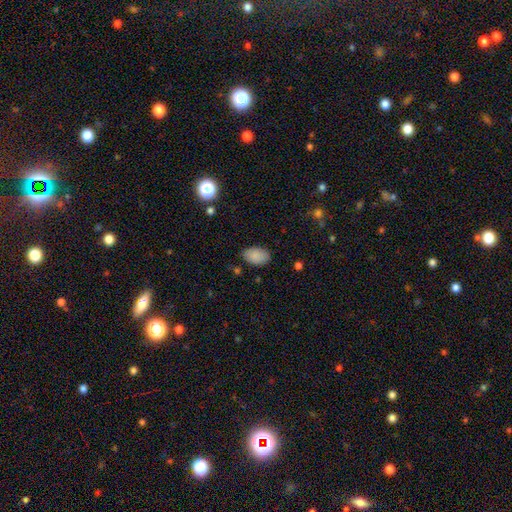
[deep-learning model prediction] Smooth or featured? smooth (88%)
How rounded? in between (92%)
Merging? none (81%)